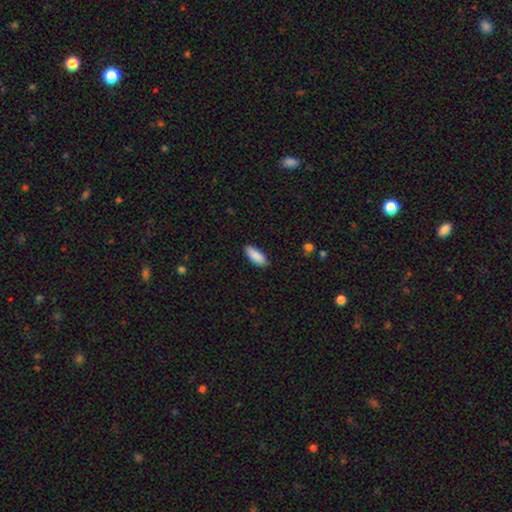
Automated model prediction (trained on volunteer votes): Smooth or featured: smooth — 90% (star or artifact — 6%)
How rounded: in between — 78% (cigar-shaped — 20%)
Merging: none — 89% (minor disturbance — 8%)